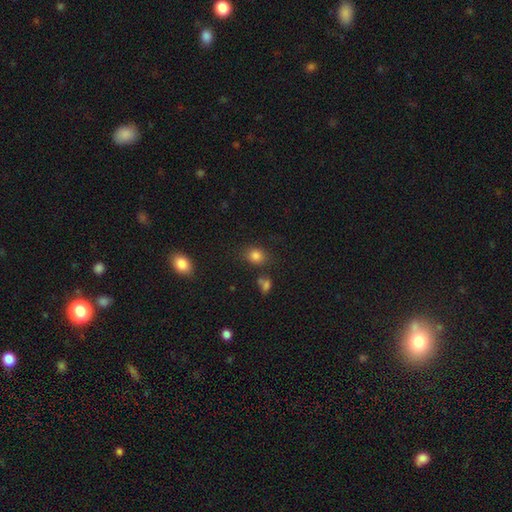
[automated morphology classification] Overall: smooth (82%). How rounded: round (53%; in between 46%). Merging: none (75%).